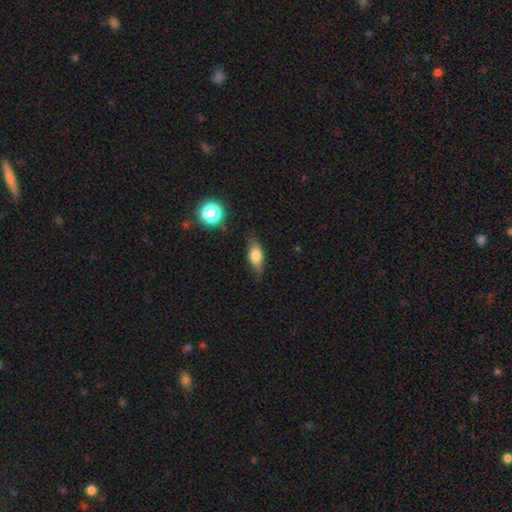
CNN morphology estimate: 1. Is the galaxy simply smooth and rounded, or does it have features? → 71% smooth, 20% featured or disk, 9% star or artifact.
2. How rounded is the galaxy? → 77% in between, 16% cigar-shaped, 7% round.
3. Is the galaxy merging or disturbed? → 79% none, 16% minor disturbance, 4% major disturbance, 2% merger.